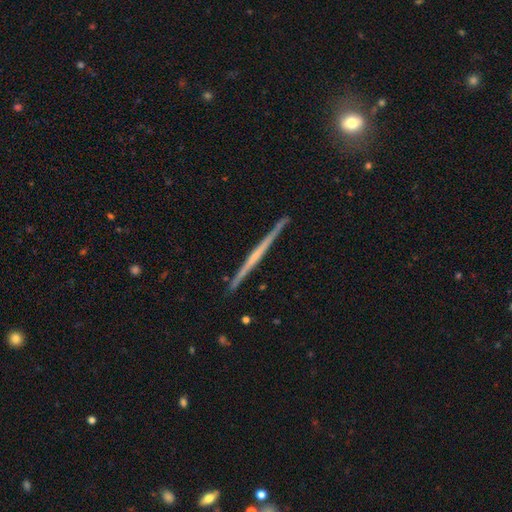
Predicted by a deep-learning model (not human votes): Smooth or featured: featured or disk — 72% (smooth — 23%)
Edge-on disk: yes — 98% (no — 2%)
Edge-on bulge: none — 70% (rounded — 22%)
Merging: none — 92% (minor disturbance — 6%)